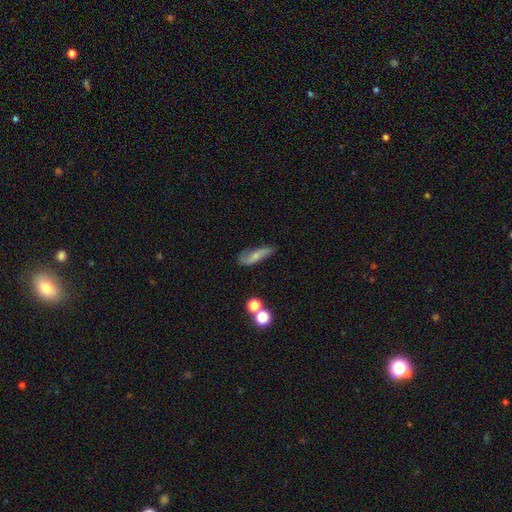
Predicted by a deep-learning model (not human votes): Morphology: type=smooth (53%); roundness=cigar-shaped (55%); merging=none (60%).